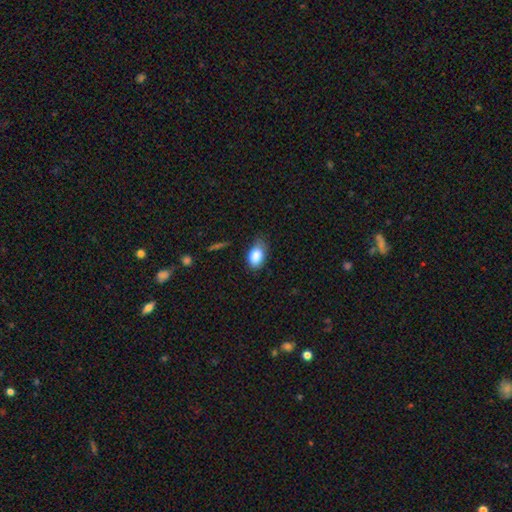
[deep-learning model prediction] smooth 85%, star or artifact 8%, featured or disk 7%. Down the decision tree: how rounded — in between (89%); merging — none (64%).